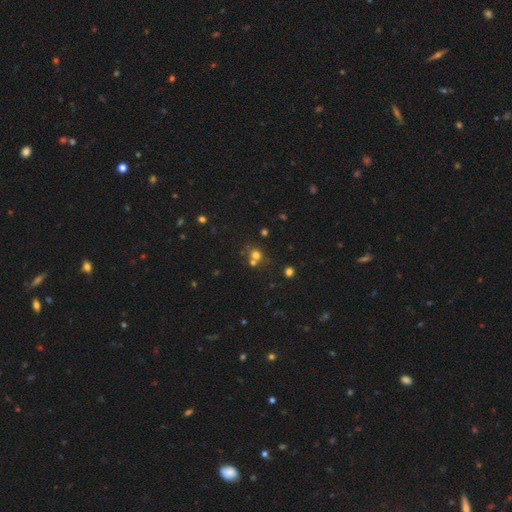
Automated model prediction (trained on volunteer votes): smooth_or_featured: smooth (p=0.63) [alt: star or artifact p=0.26]
how_rounded: round (p=0.83) [alt: in between p=0.16]
merging: none (p=0.58) [alt: merger p=0.29]